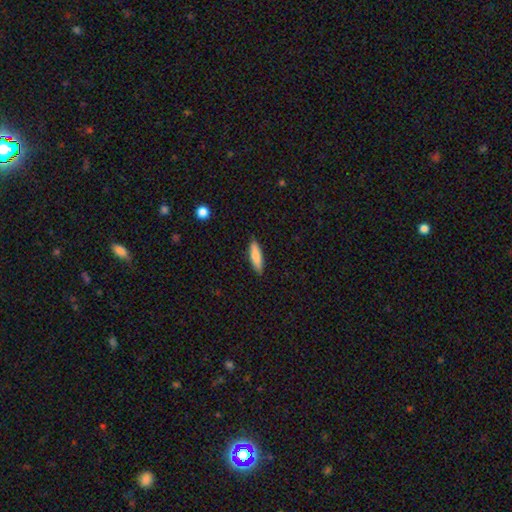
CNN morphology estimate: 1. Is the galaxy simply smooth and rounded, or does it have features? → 82% smooth, 12% featured or disk, 6% star or artifact.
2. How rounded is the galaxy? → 66% cigar-shaped, 32% in between, 2% round.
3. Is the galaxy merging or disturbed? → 88% none, 9% minor disturbance, 2% major disturbance, 1% merger.